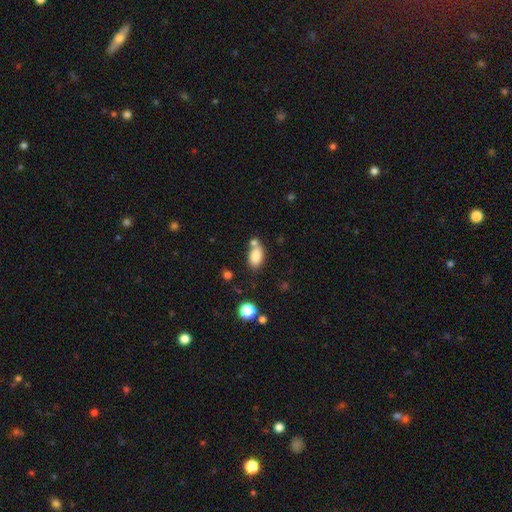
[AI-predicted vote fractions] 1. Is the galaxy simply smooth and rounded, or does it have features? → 83% smooth, 9% star or artifact, 8% featured or disk.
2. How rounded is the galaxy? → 90% in between, 8% round, 3% cigar-shaped.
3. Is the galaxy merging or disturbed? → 56% none, 25% merger, 15% minor disturbance, 5% major disturbance.